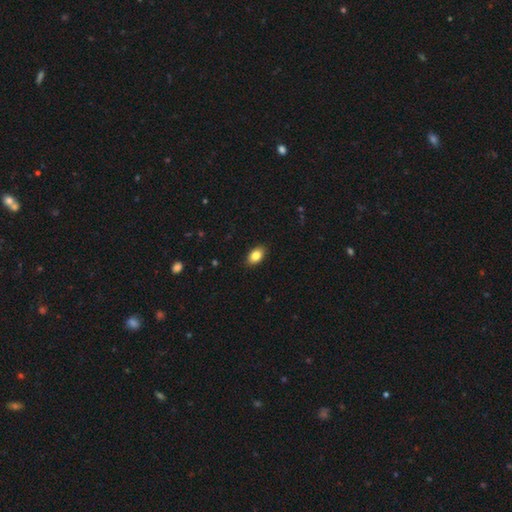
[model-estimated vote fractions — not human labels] A smooth galaxy with no disk features (83%) that is in between round and cigar-shaped (88%).

Vote fractions:
- Smooth or featured? smooth: 83% / featured or disk: 8% / star or artifact: 8%
- How rounded? in between: 88% / round: 10% / cigar-shaped: 2%
- Merging? none: 89% / minor disturbance: 8% / major disturbance: 2% / merger: 1%